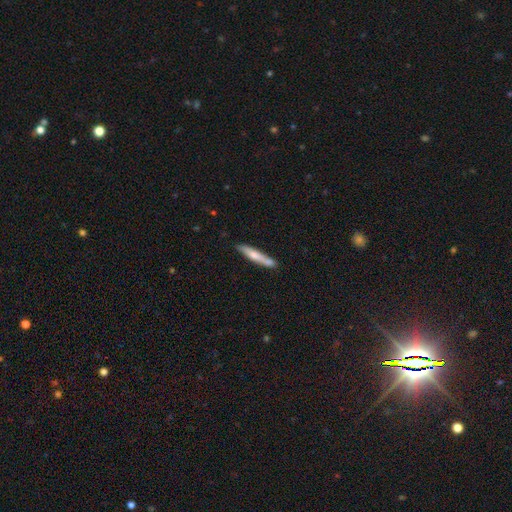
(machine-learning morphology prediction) This is likely a smooth galaxy (60%). How rounded: clearly cigar-shaped (92%). Merging: likely none (74%).